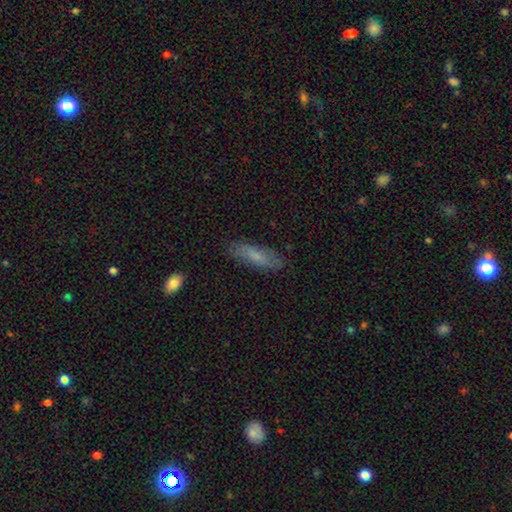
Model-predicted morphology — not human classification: Overall: smooth (69%). How rounded: cigar-shaped (53%; in between 45%). Merging: none (80%).